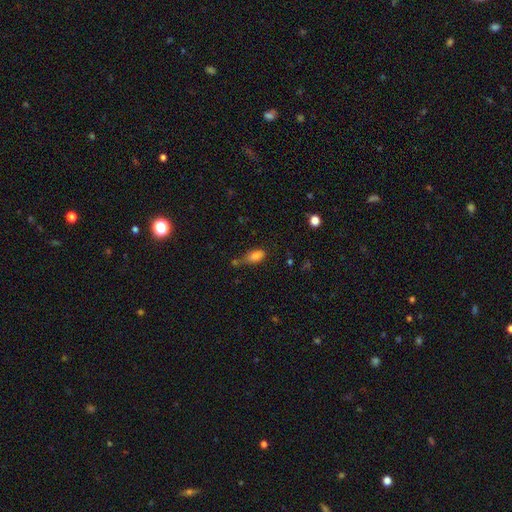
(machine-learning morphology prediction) This appears to be a smooth galaxy with no disk features (81%) that is in between round and cigar-shaped (87%). Merging: none (43%).